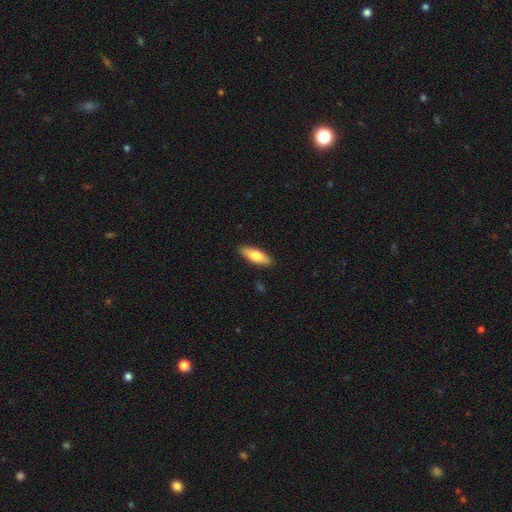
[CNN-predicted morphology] Smooth or featured? Predicted: smooth (p=0.75). How rounded? Predicted: in between (p=0.64). Merging? Predicted: none (p=0.89).